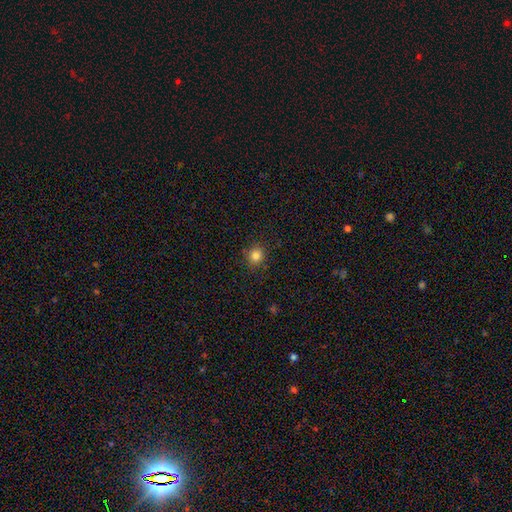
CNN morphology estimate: smooth_or_featured: smooth (p=0.82) [alt: star or artifact p=0.13]
how_rounded: round (p=0.87) [alt: in between p=0.12]
merging: none (p=0.88) [alt: minor disturbance p=0.08]